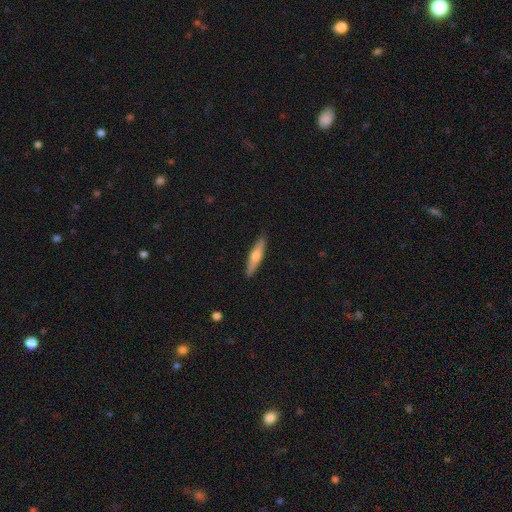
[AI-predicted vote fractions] smooth-or-featured: smooth: 56% | featured or disk: 38% | star or artifact: 6%
  how-rounded: cigar-shaped: 83% | in between: 15% | round: 2%
  merging: none: 89% | minor disturbance: 8% | major disturbance: 2% | merger: 1%